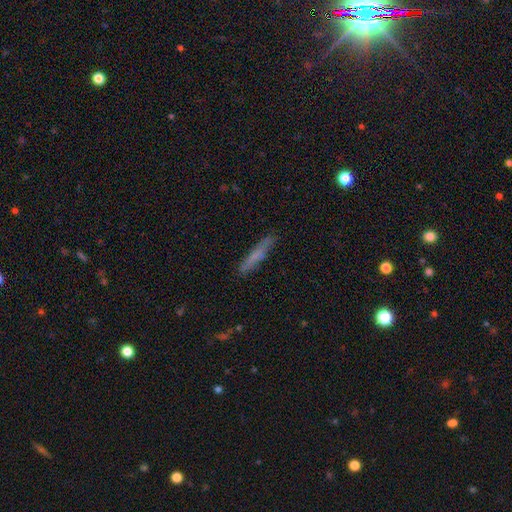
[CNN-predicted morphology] Smooth or featured? Predicted: smooth (p=0.64). How rounded? Predicted: cigar-shaped (p=0.93). Merging? Predicted: none (p=0.84).